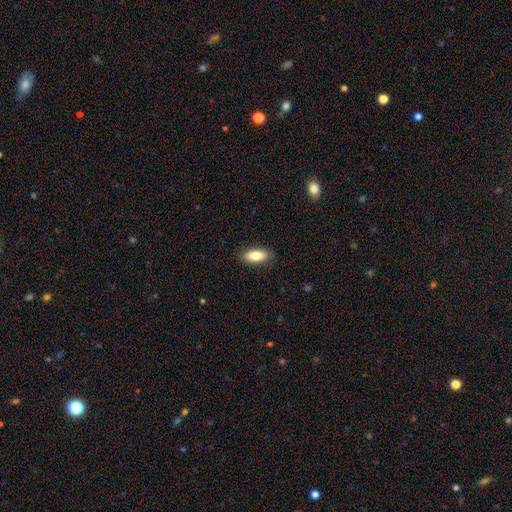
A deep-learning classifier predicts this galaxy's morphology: Smooth or featured? smooth (82%)
How rounded? in between (84%)
Merging? none (88%)